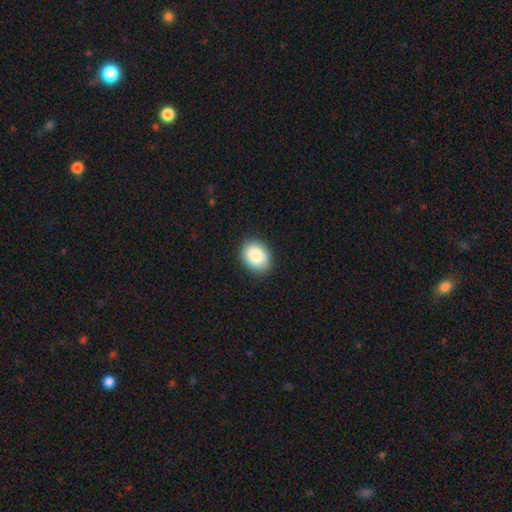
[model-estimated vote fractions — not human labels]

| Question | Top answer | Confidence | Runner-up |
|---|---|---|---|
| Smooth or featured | smooth | 87% | star or artifact (7%) |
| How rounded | in between | 69% | round (30%) |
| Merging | none | 88% | minor disturbance (9%) |